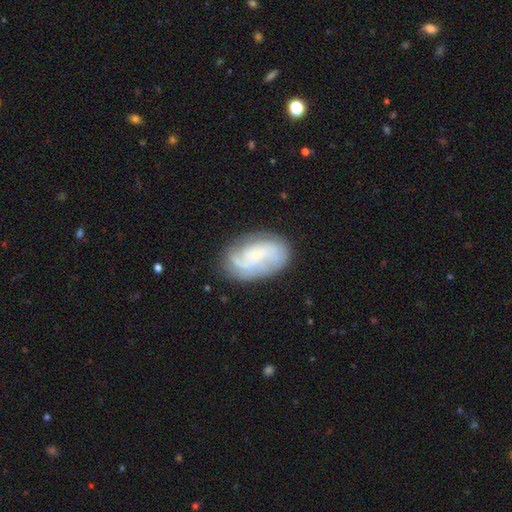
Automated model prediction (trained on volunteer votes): Smooth or featured?
  - featured or disk: 70% *
  - smooth: 23%
  - star or artifact: 7%
Edge-on disk?
  - no: 97% *
  - yes: 3%
Bar?
  - no: 66% *
  - weak: 28%
  - strong: 6%
Spiral arms?
  - yes: 90% *
  - no: 10%
Spiral winding?
  - tight: 46% *
  - medium: 37%
  - loose: 18%
Spiral arm count?
  - can't tell: 36% *
  - 2: 27%
  - 3: 19%
  - 4: 7%
  - 1: 6%
  - more than 4: 5%
Bulge size?
  - small: 77% *
  - moderate: 14%
  - none: 6%
  - large: 2%
  - dominant: 1%
Merging?
  - none: 72% *
  - minor disturbance: 19%
  - major disturbance: 7%
  - merger: 2%